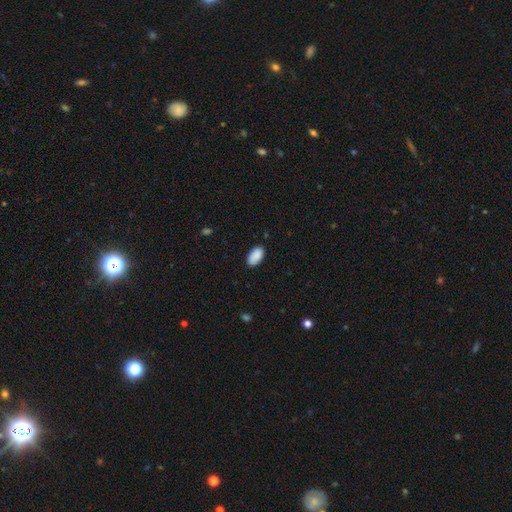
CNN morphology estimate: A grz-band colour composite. It shows a smooth galaxy with no disk features (90%) that is in between round and cigar-shaped (95%). Merging: none (86%).